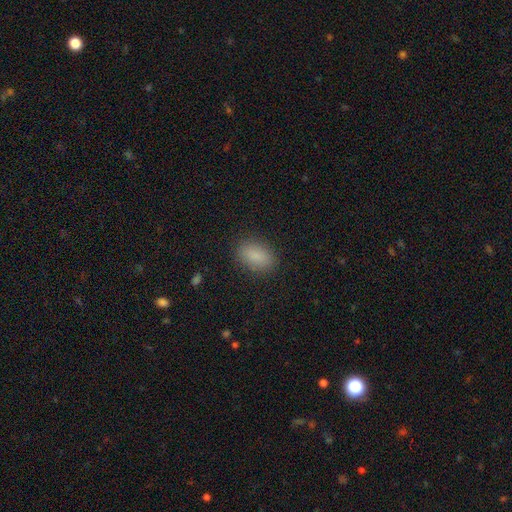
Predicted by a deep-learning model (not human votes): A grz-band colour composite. It shows a smooth galaxy with no disk features (88%) that is in between round and cigar-shaped (88%). Merging: none (87%).